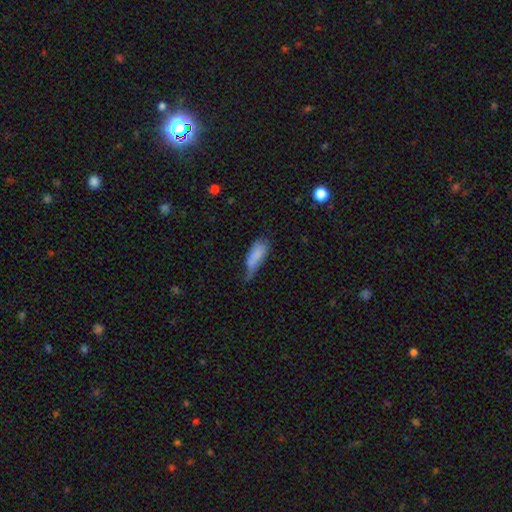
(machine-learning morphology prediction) A smooth galaxy with no disk features (76%) that is in between round and cigar-shaped (75%). Merging: minor disturbance (40%).